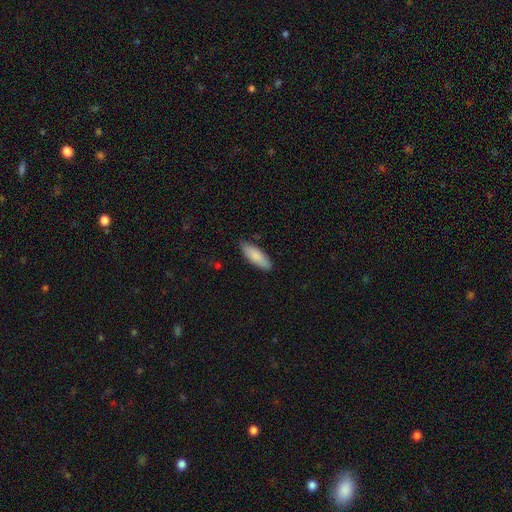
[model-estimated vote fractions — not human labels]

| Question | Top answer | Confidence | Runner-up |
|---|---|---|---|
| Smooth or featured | smooth | 86% | featured or disk (9%) |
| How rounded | in between | 65% | cigar-shaped (33%) |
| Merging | none | 84% | minor disturbance (13%) |